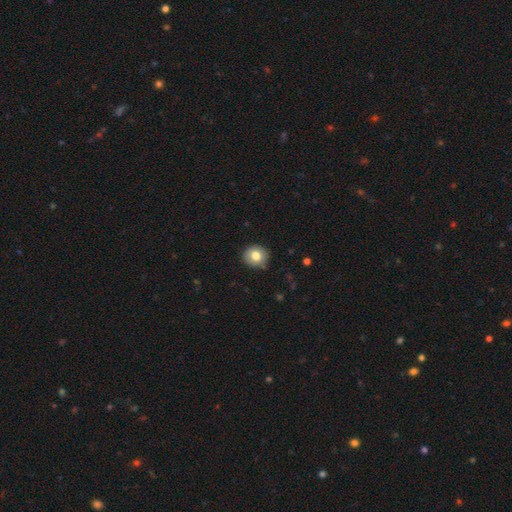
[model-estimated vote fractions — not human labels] Morphology: type=smooth (78%); roundness=round (88%); merging=none (88%).